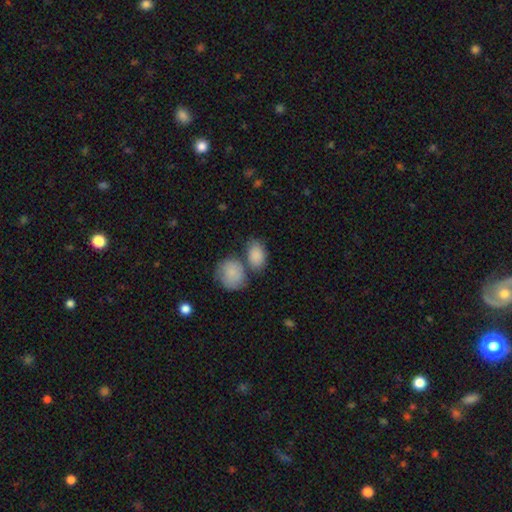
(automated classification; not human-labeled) A smooth galaxy with no disk features (87%) that is in between round and cigar-shaped (79%).

Vote fractions:
- Smooth or featured? smooth: 87% / featured or disk: 7% / star or artifact: 6%
- How rounded? in between: 79% / round: 20% / cigar-shaped: 1%
- Merging? none: 48% / merger: 33% / minor disturbance: 14% / major disturbance: 5%